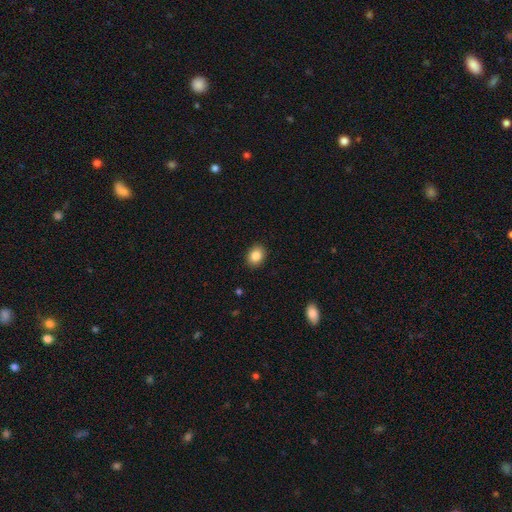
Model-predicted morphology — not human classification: smooth 85%, star or artifact 9%, featured or disk 6%. Down the decision tree: how rounded — in between (59%); merging — none (90%).